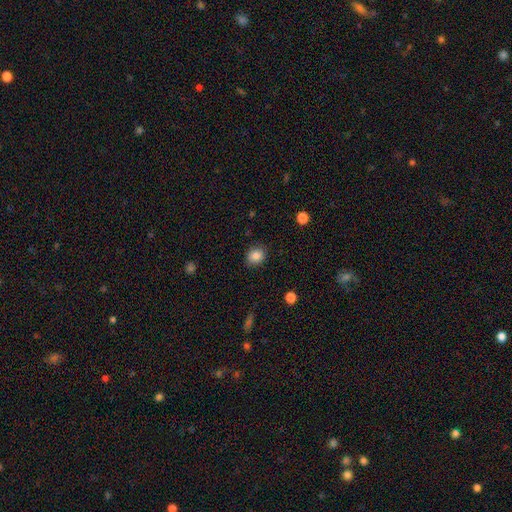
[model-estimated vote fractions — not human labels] This appears to be a smooth galaxy with no disk features (85%) that is round (64%). Merging: none (86%).